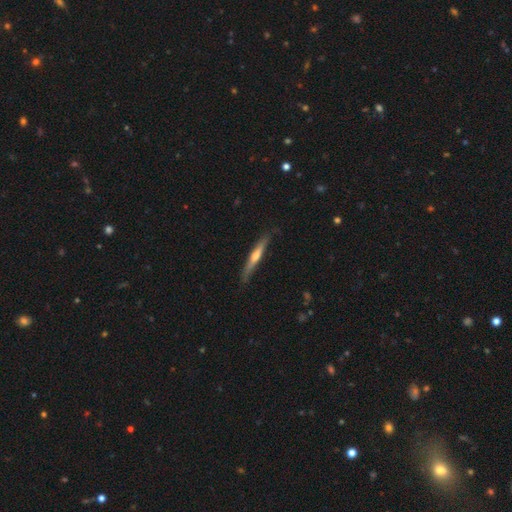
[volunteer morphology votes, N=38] Smooth or featured: featured or disk — 84% (smooth — 16%)
Edge-on disk: yes — 100%
Edge-on bulge: rounded — 78% (boxy — 12%)
Merging: none — 74% (minor disturbance — 18%)